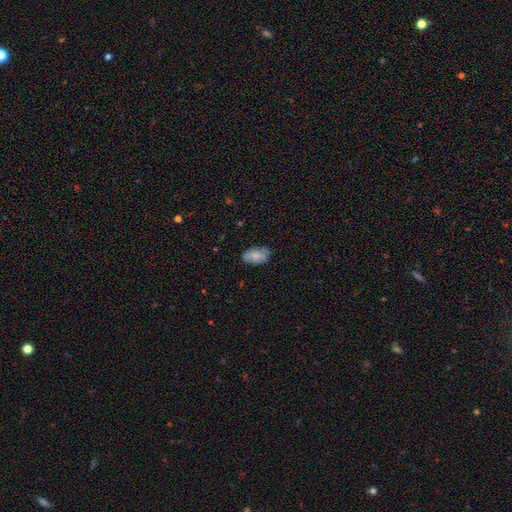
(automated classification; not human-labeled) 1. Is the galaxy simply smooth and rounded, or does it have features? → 80% smooth, 13% featured or disk, 7% star or artifact.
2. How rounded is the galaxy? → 93% in between, 4% round, 2% cigar-shaped.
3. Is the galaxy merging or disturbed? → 77% none, 19% minor disturbance, 3% major disturbance, 1% merger.